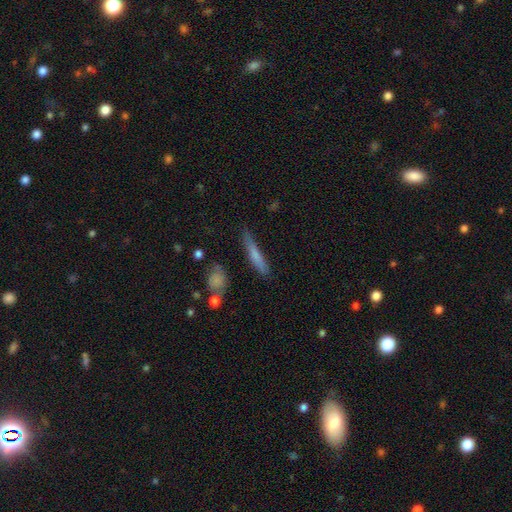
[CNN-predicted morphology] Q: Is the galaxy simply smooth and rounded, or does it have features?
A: smooth — 66%.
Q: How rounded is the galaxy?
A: cigar-shaped — 90%.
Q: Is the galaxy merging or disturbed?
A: none — 77%.